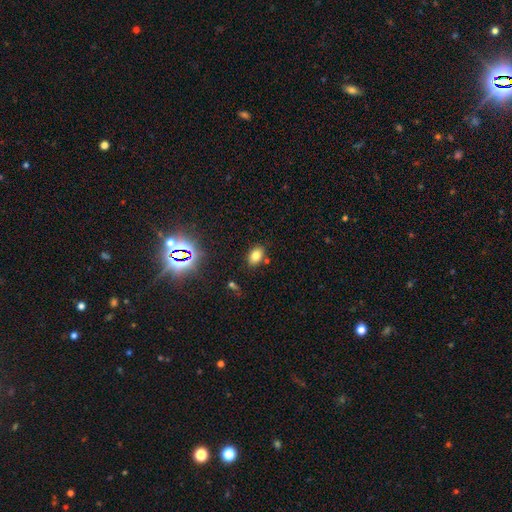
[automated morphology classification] Overall: smooth (76%). How rounded: in between (83%). Merging: none (81%).